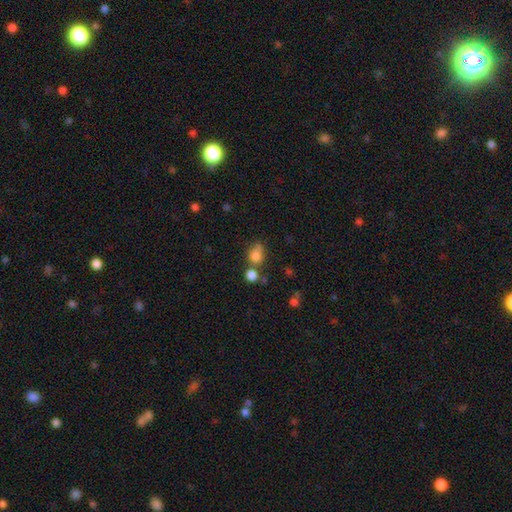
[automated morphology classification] A smooth galaxy with no disk features (79%) that is round (66%). Merging: none (46%).